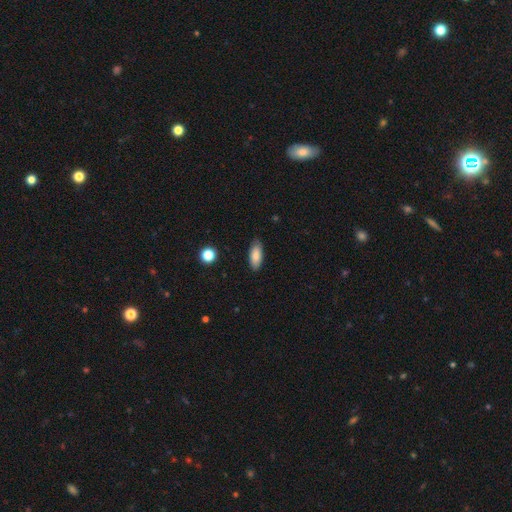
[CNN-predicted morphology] This is clearly a smooth galaxy (83%). How rounded: clearly in between (83%). Merging: clearly none (85%).